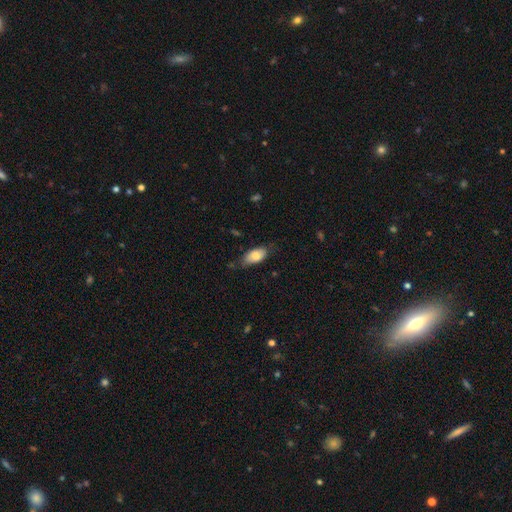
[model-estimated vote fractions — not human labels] Smooth or featured?
  - smooth: 80% *
  - featured or disk: 14%
  - star or artifact: 6%
How rounded?
  - in between: 91% *
  - cigar-shaped: 6%
  - round: 3%
Merging?
  - none: 69% *
  - minor disturbance: 24%
  - major disturbance: 5%
  - merger: 2%